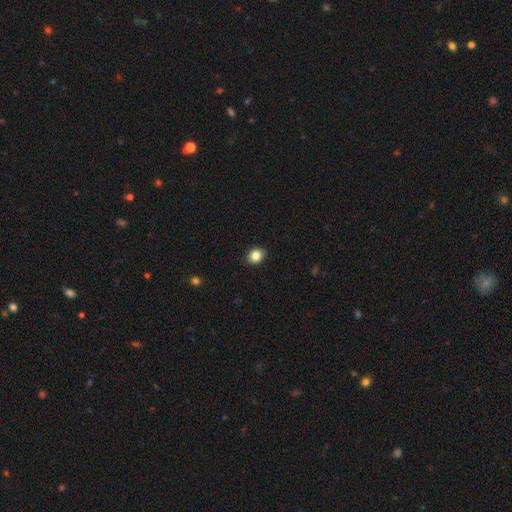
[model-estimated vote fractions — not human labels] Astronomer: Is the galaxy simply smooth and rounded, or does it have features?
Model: smooth — 85%.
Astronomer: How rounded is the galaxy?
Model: round — 65%.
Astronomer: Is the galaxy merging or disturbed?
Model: none — 87%.